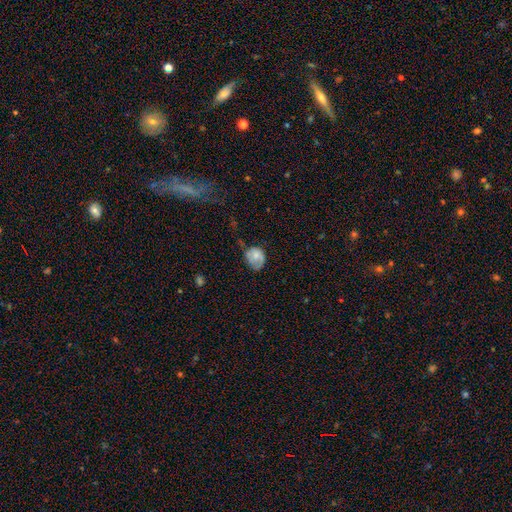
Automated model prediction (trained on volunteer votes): This appears to be a smooth galaxy with no disk features (66%) that is round (51%). Merging: minor disturbance (40%).